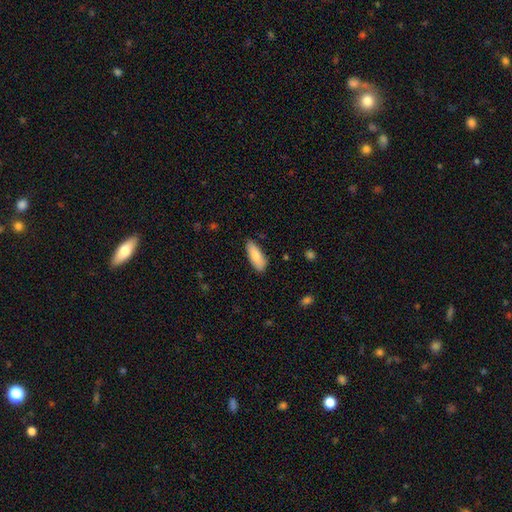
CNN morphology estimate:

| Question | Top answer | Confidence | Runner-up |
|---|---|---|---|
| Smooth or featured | smooth | 83% | featured or disk (11%) |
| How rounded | in between | 70% | cigar-shaped (28%) |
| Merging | none | 82% | minor disturbance (14%) |